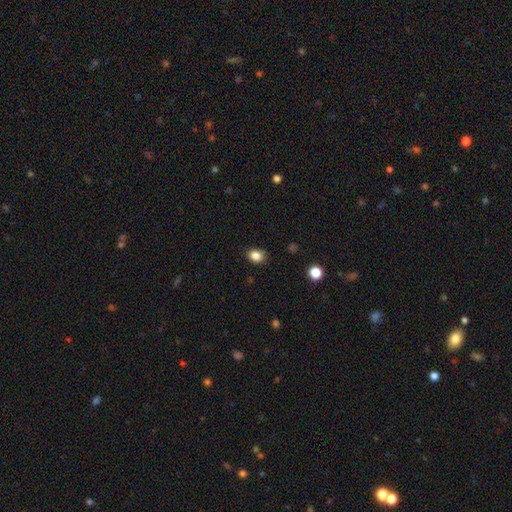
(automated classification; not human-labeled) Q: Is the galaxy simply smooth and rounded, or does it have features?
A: smooth — 85%.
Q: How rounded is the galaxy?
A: in between — 51%.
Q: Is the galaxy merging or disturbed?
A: none — 82%.